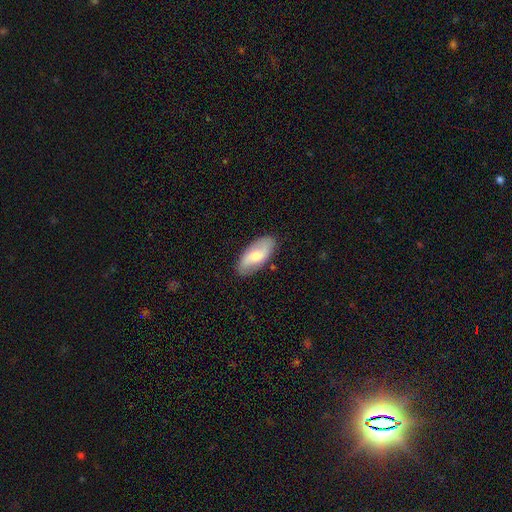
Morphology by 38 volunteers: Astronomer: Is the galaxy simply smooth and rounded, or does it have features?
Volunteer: smooth — 50% (runner-up: featured or disk, 39%).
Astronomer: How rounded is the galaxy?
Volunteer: in between — 100%.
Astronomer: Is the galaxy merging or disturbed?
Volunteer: none — 88%.